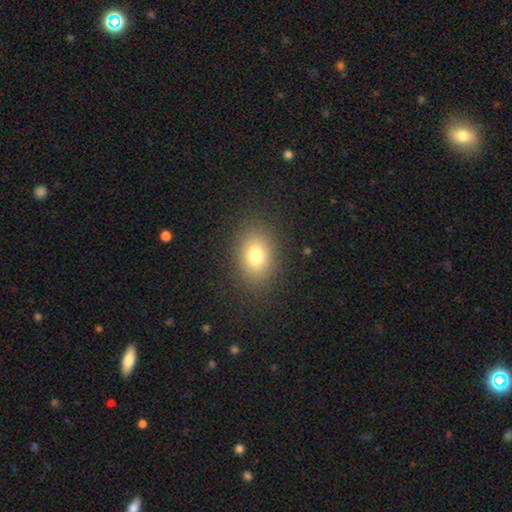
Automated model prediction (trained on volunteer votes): Smooth or featured? Predicted: smooth (p=0.77). How rounded? Predicted: in between (p=0.65). Merging? Predicted: none (p=0.87).